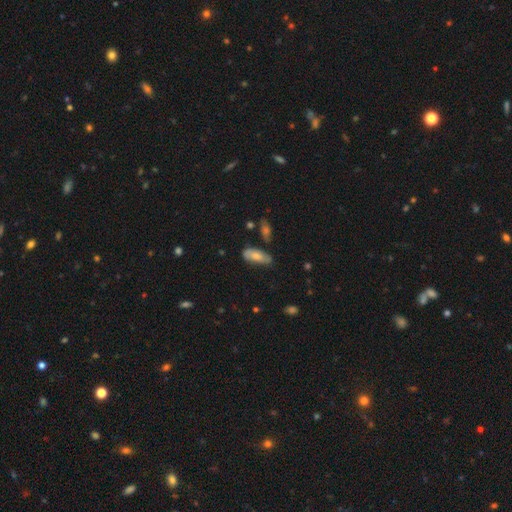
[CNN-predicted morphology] A smooth galaxy with no disk features (67%) that is in between round and cigar-shaped (79%). Merging: none (60%).